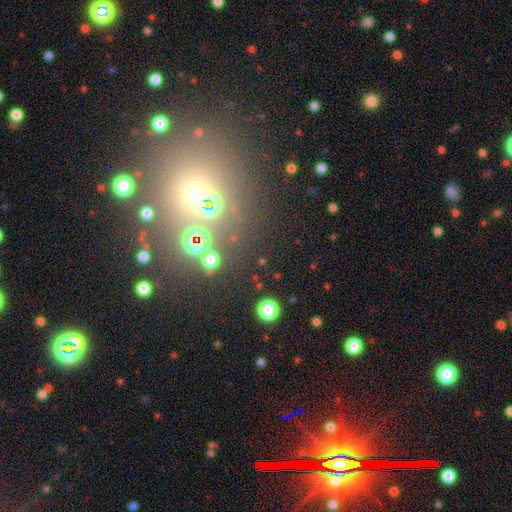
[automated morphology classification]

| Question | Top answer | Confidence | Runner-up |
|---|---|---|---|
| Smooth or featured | star or artifact | 56% | smooth (29%) |